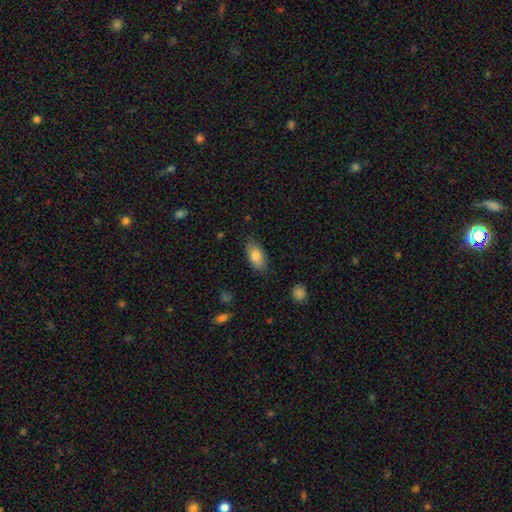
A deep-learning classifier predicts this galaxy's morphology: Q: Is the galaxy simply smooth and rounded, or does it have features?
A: smooth — 81%.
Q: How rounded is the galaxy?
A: in between — 91%.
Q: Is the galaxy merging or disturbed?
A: none — 80%.